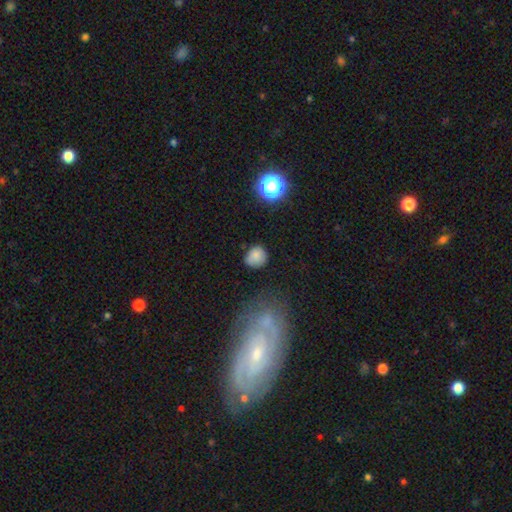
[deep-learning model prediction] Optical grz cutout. It shows a smooth galaxy with no disk features (82%) that is round (83%). Merging: none (72%).